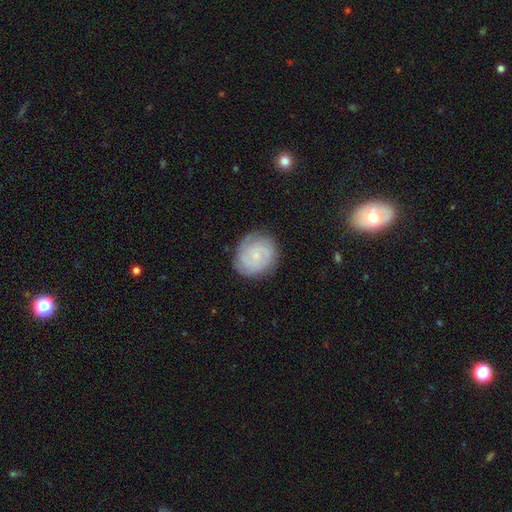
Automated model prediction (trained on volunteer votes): The model was most divided on "spiral arm count": 2: 33%, can't tell: 27%, 3: 23%, 4: 7%, 1: 5%, more than 4: 5%. More confident: edge-on disk — no (98%); spiral arms — yes (94%); merging — none (81%); bulge size — small (75%); bar — no (72%); smooth or featured — featured or disk (70%); spiral winding — tight (68%).